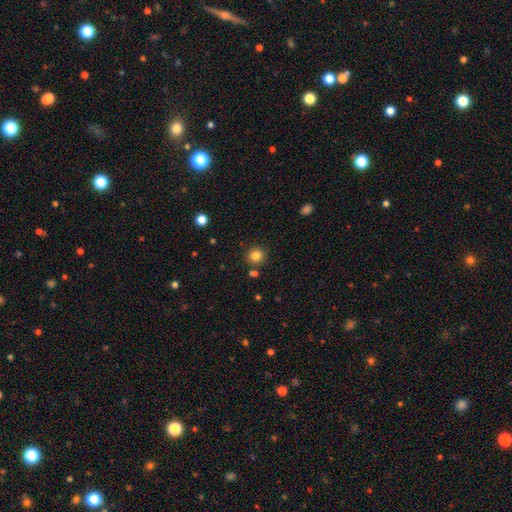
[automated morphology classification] The model was most divided on "smooth or featured": smooth: 83%, star or artifact: 12%, featured or disk: 5%. More confident: how rounded — round (92%); merging — none (83%).